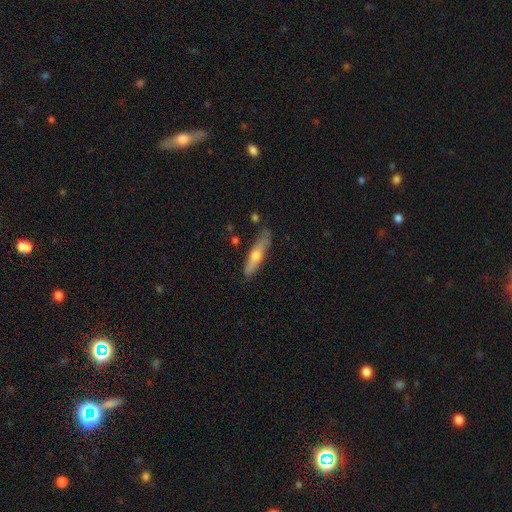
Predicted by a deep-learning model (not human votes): Smooth or featured? smooth (58%)
How rounded? cigar-shaped (82%)
Merging? none (77%)